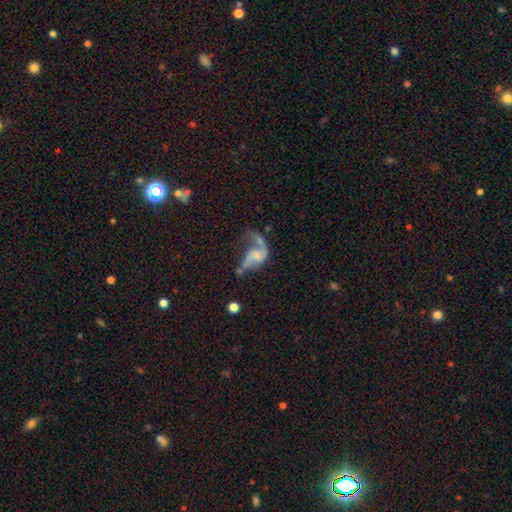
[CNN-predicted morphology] Smooth or featured: featured or disk — 69% (smooth — 22%)
Edge-on disk: no — 97% (yes — 3%)
Bar: no — 56% (weak — 35%)
Spiral arms: yes — 77% (no — 23%)
Spiral winding: loose — 73% (medium — 22%)
Spiral arm count: 2 — 72% (1 — 19%)
Bulge size: small — 38% (none — 32%)
Merging: major disturbance — 38% (merger — 25%)